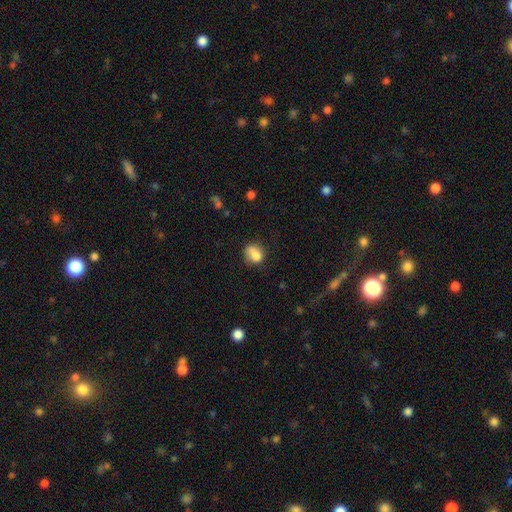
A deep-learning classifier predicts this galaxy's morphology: smooth 76%, featured or disk 14%, star or artifact 10%. Down the decision tree: how rounded — round (56%); merging — none (47%).